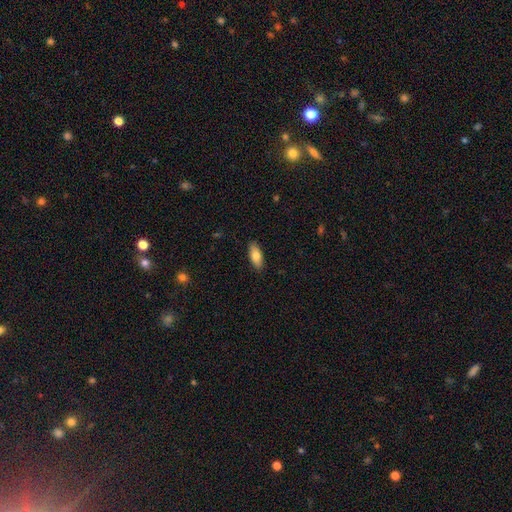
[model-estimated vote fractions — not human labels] This is likely a smooth galaxy (80%). How rounded: clearly in between (82%). Merging: clearly none (89%).